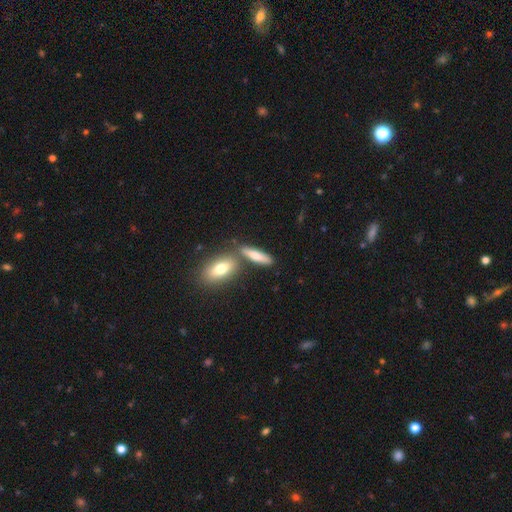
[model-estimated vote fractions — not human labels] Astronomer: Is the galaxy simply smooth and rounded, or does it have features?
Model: smooth — 71%.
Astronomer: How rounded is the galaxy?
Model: cigar-shaped — 63%.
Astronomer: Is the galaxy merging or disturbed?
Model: none — 68%.